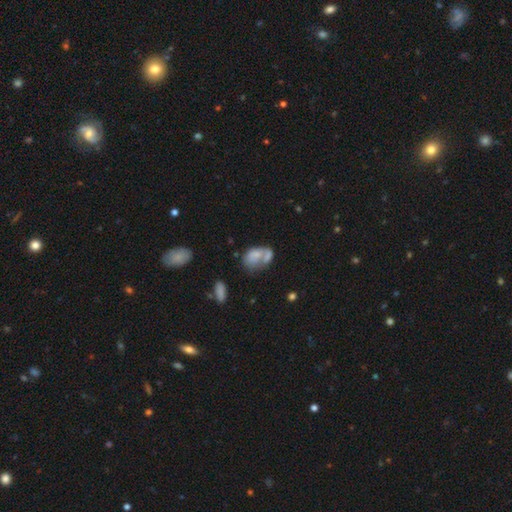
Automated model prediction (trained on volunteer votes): Smooth or featured?
  - smooth: 64% *
  - featured or disk: 26%
  - star or artifact: 9%
How rounded?
  - in between: 81% *
  - round: 17%
  - cigar-shaped: 2%
Merging?
  - merger: 46% *
  - none: 22%
  - major disturbance: 16%
  - minor disturbance: 16%